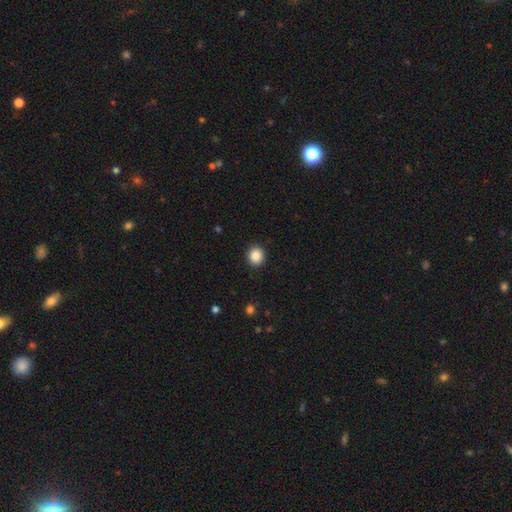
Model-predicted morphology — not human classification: Smooth or featured: smooth — 88% (star or artifact — 9%)
How rounded: round — 84% (in between — 15%)
Merging: none — 91% (minor disturbance — 6%)